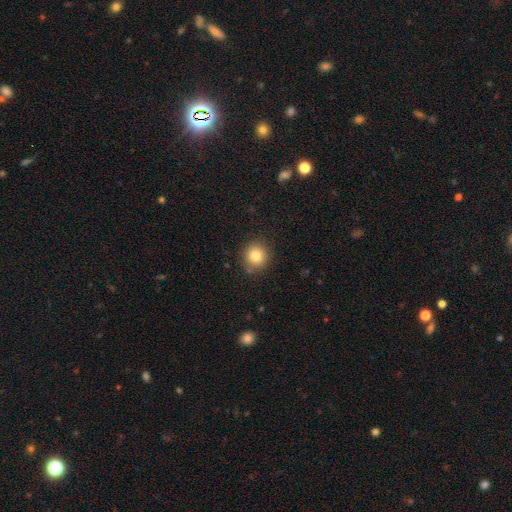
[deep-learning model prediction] This is clearly a smooth galaxy (82%). How rounded: clearly round (90%). Merging: clearly none (87%).